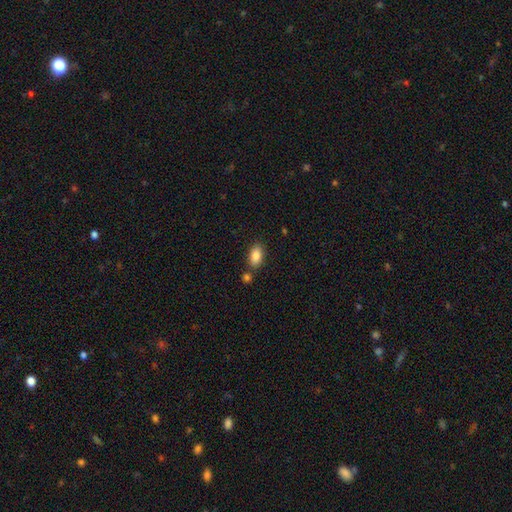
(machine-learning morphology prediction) The model was most divided on "merging": none: 77%, minor disturbance: 11%, merger: 10%, major disturbance: 3%. More confident: how rounded — in between (91%); smooth or featured — smooth (86%).